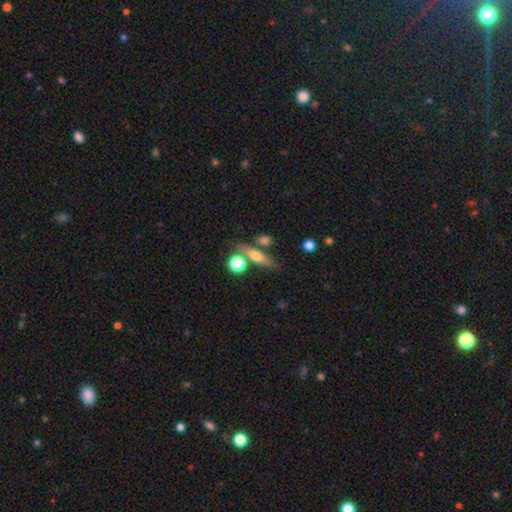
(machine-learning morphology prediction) Smooth or featured? Predicted: smooth (p=0.62). How rounded? Predicted: cigar-shaped (p=0.57). Merging? Predicted: none (p=0.66).